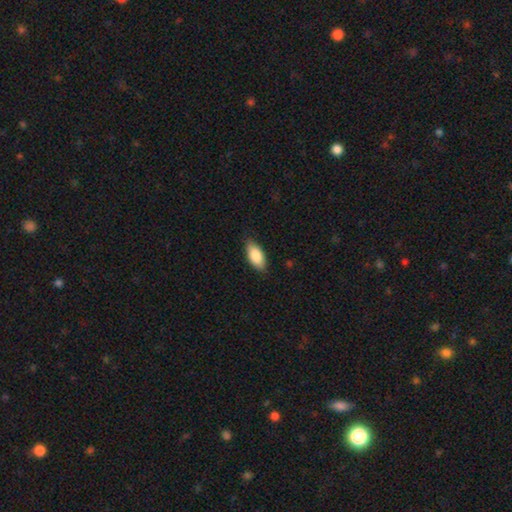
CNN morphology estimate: smooth-or-featured: smooth: 86% | featured or disk: 8% | star or artifact: 6%
  how-rounded: in between: 91% | cigar-shaped: 7% | round: 2%
  merging: none: 83% | minor disturbance: 14% | major disturbance: 2% | merger: 1%